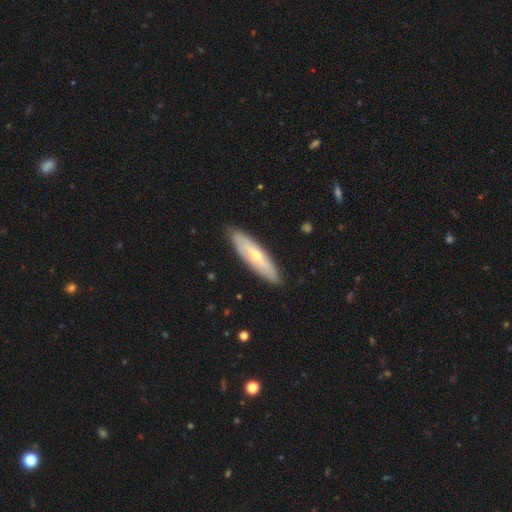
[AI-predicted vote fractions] A featured or disk galaxy (52%) viewed edge-on (52%). Merging: none (86%).